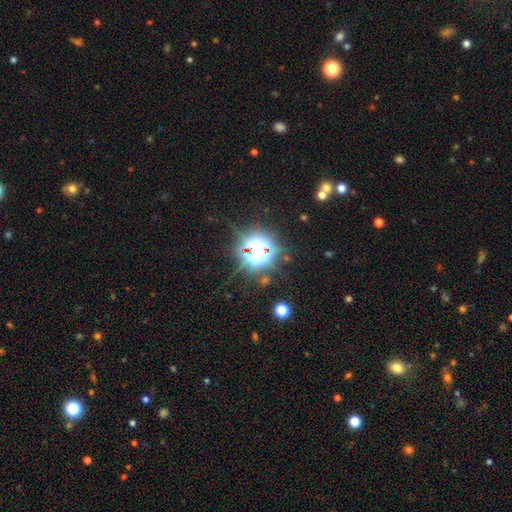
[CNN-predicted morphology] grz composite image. It shows a star or artifact, not a galaxy (66%).